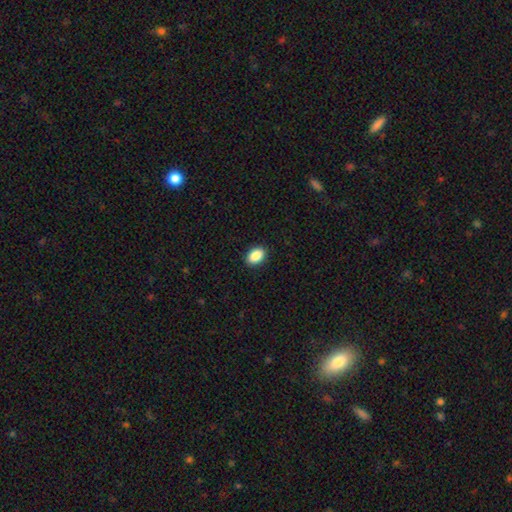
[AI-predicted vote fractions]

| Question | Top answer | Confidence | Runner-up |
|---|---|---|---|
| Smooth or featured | smooth | 89% | star or artifact (8%) |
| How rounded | in between | 86% | round (13%) |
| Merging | none | 90% | minor disturbance (7%) |